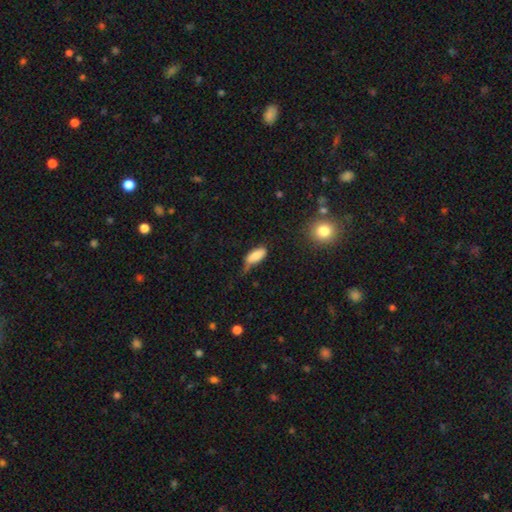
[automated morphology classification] smooth-or-featured: smooth: 81% | featured or disk: 12% | star or artifact: 8%
  how-rounded: in between: 81% | cigar-shaped: 16% | round: 3%
  merging: none: 39% (tied) | minor disturbance: 39% (tied) | major disturbance: 17% | merger: 4%